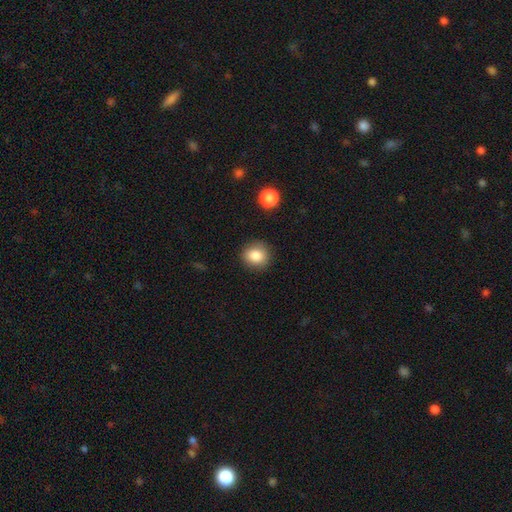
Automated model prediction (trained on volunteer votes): A smooth galaxy with no disk features (84%) that is round (77%).

Vote fractions:
- Smooth or featured? smooth: 84% / star or artifact: 10% / featured or disk: 6%
- How rounded? round: 77% / in between: 22% / cigar-shaped: 1%
- Merging? none: 87% / minor disturbance: 9% / major disturbance: 3% / merger: 1%